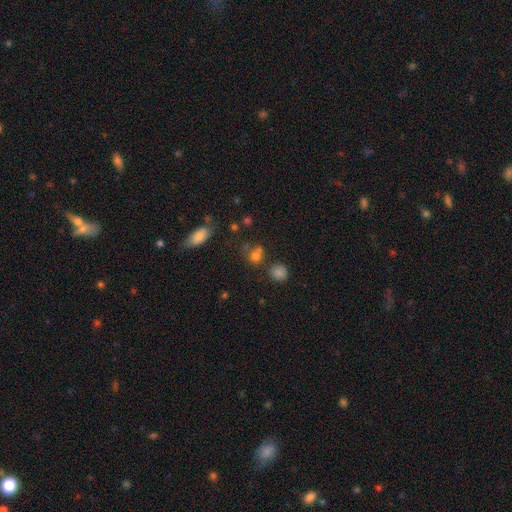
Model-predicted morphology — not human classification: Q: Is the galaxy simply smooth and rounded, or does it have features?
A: smooth — 75%.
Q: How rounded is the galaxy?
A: round — 78%.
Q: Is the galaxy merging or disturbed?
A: none — 59%.